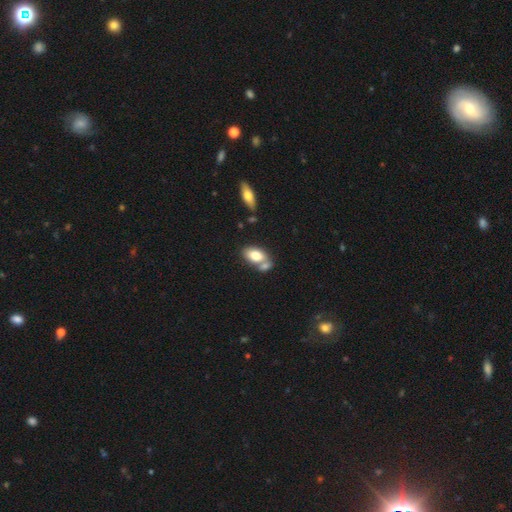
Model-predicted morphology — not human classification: Smooth or featured: smooth — 77% (featured or disk — 16%)
How rounded: in between — 90% (round — 7%)
Merging: none — 42% (merger — 41%)